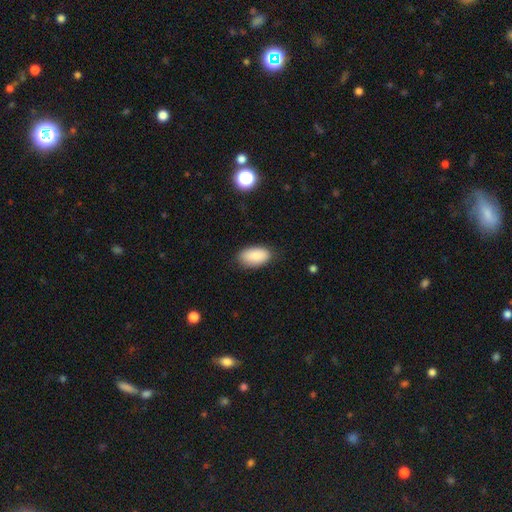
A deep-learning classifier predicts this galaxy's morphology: smooth_or_featured: smooth (p=0.88) [alt: star or artifact p=0.07]
how_rounded: in between (p=0.95) [alt: round p=0.03]
merging: none (p=0.83) [alt: minor disturbance p=0.13]